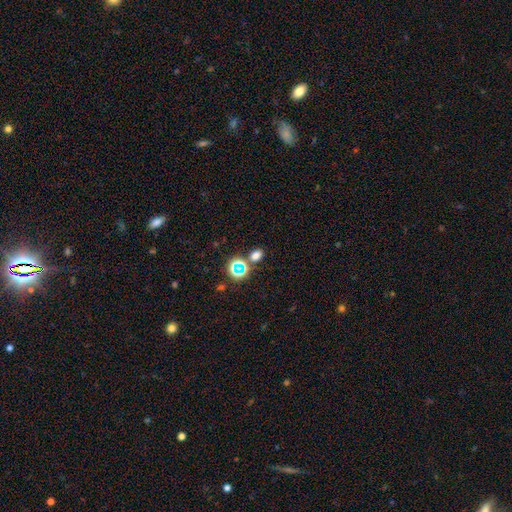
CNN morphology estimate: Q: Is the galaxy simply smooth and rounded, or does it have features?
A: smooth — 67%.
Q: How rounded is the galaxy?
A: in between — 64%.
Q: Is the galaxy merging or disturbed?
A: none — 73%.